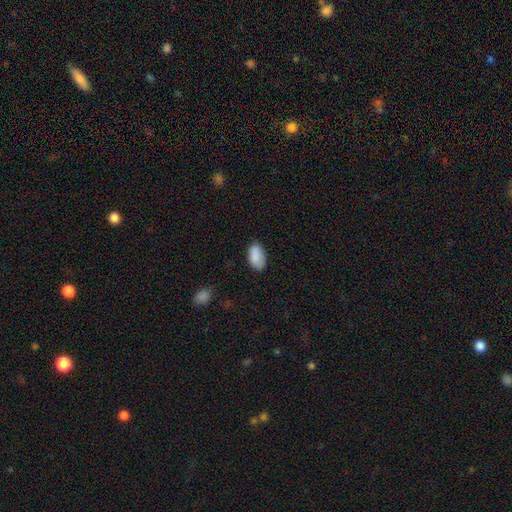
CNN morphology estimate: A smooth galaxy with no disk features (88%) that is in between round and cigar-shaped (94%). Merging: none (79%).